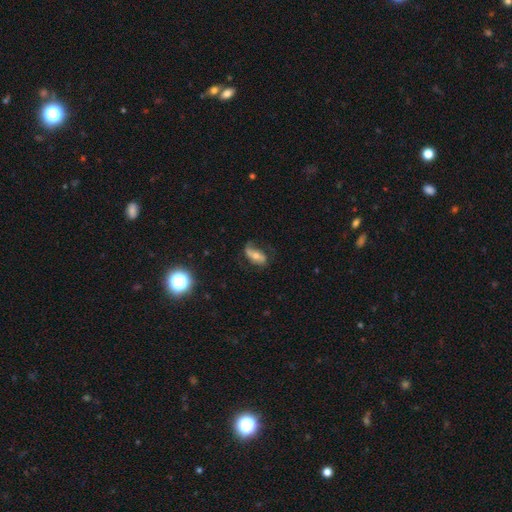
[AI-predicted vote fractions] featured or disk 60%, smooth 30%, star or artifact 10%. Down the decision tree: edge-on disk — no (91%); bar — no (44%); spiral arms — yes (83%); bulge size — moderate (56%); merging — none (57%).